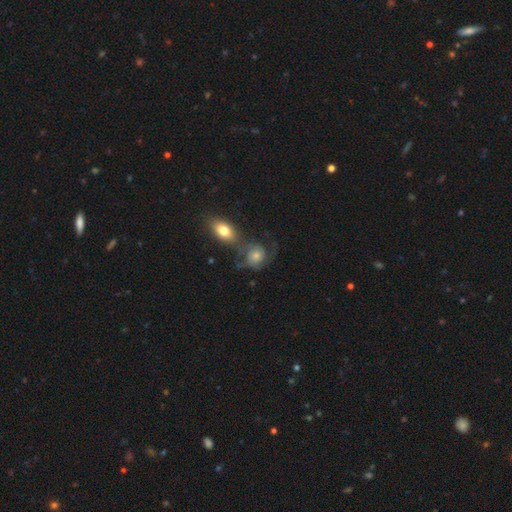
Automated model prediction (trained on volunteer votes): This is possibly a featured or disk galaxy (51%). It is clearly not viewed edge-on (96%). Merging: marginally none (37%).